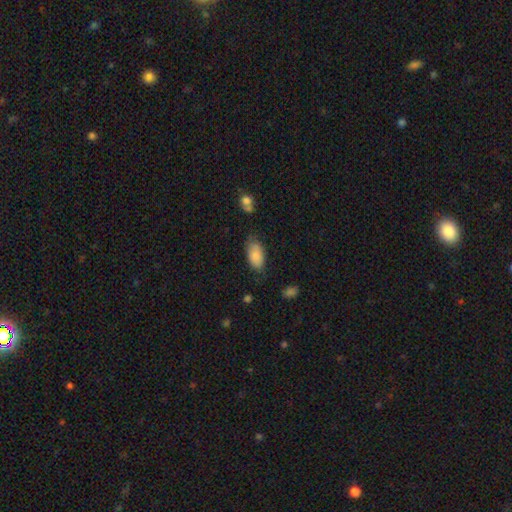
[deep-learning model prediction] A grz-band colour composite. It shows a smooth galaxy with no disk features (83%) that is in between round and cigar-shaped (93%). Merging: none (68%).